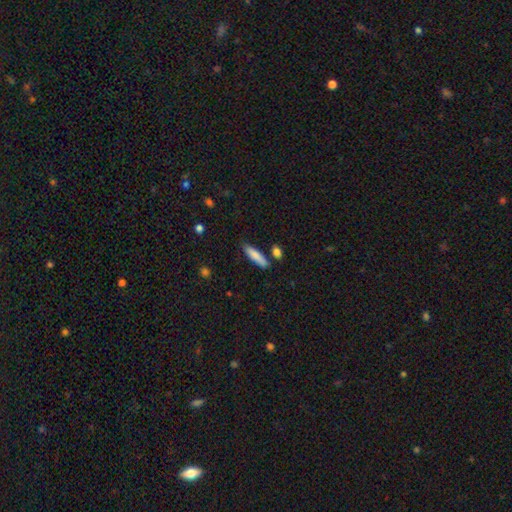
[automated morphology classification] This appears to be a smooth galaxy with no disk features (84%) that is cigar-shaped (73%). Merging: none (79%).